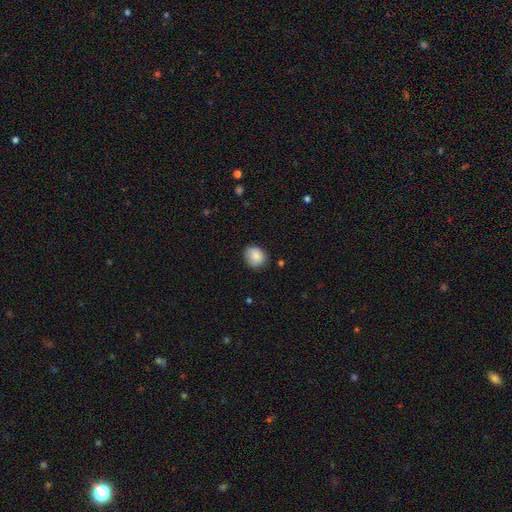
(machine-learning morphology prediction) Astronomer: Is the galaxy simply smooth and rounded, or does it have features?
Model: smooth — 86%.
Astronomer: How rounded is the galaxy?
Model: round — 72%.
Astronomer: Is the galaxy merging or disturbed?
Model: none — 78%.